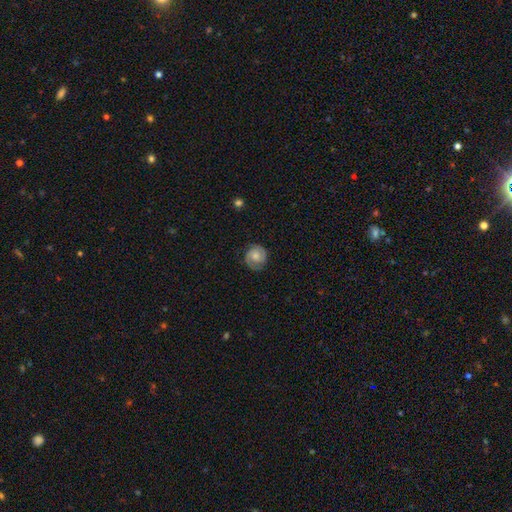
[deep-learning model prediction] featured or disk 66%, smooth 27%, star or artifact 7%. Down the decision tree: edge-on disk — no (98%); bar — no (64%); spiral arms — yes (94%); spiral arm count — 2 (84%); spiral winding — tight (58%); bulge size — moderate (53%); merging — none (82%).